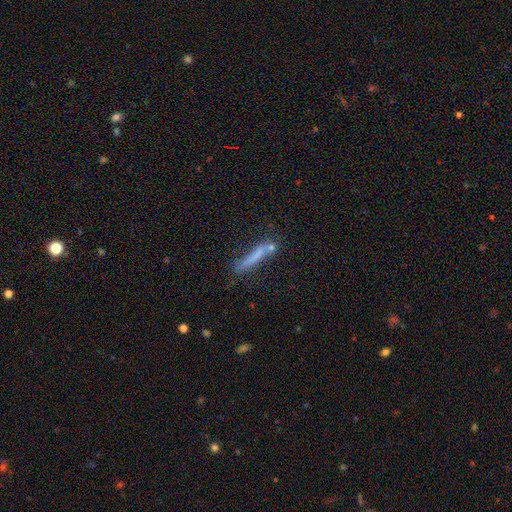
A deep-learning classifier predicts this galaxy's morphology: Smooth or featured?
  - smooth: 63% *
  - featured or disk: 27%
  - star or artifact: 10%
How rounded?
  - cigar-shaped: 91% *
  - in between: 7%
  - round: 2%
Merging?
  - none: 57% *
  - minor disturbance: 20%
  - merger: 14%
  - major disturbance: 9%